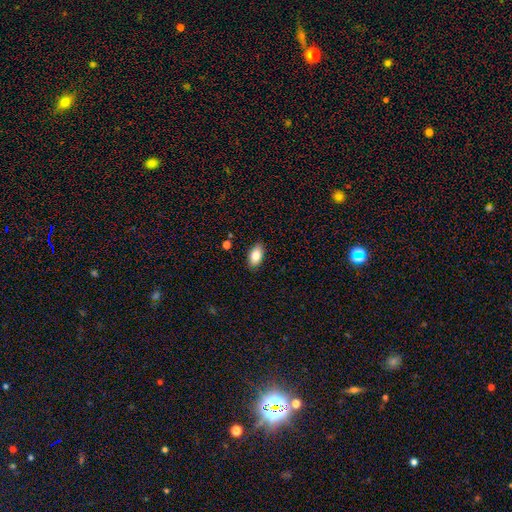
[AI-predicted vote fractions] This is clearly a smooth galaxy (83%). How rounded: clearly in between (93%). Merging: clearly none (88%).